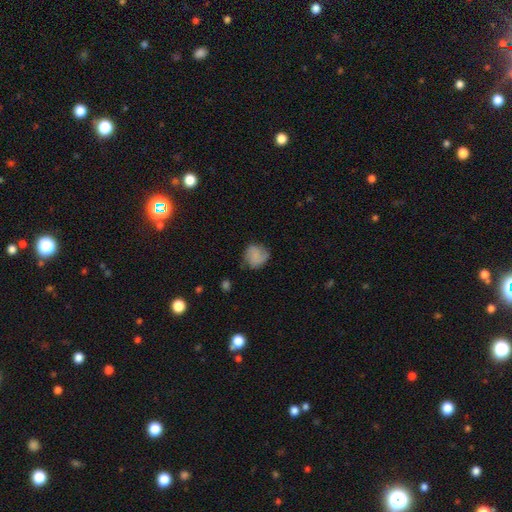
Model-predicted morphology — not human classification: A smooth galaxy with no disk features (67%) that is round (78%). Merging: none (65%).